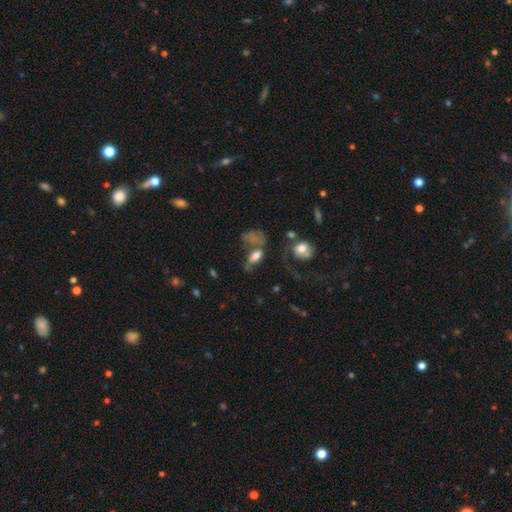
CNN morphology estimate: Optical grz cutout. It shows a smooth galaxy with no disk features (60%) that is in between round and cigar-shaped (82%). Merging: major disturbance (29%, tied with merger).